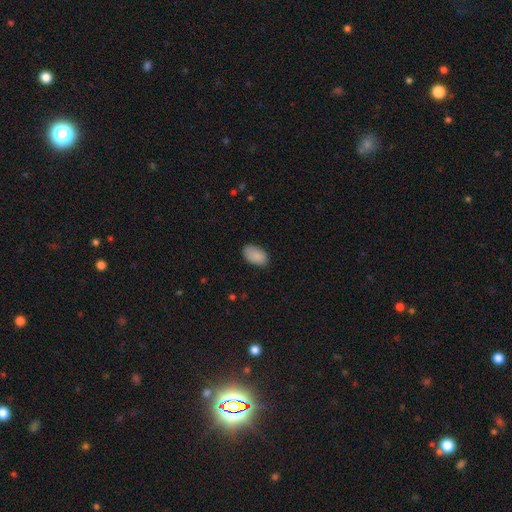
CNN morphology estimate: A smooth galaxy with no disk features (89%) that is in between round and cigar-shaped (93%). Merging: none (81%).